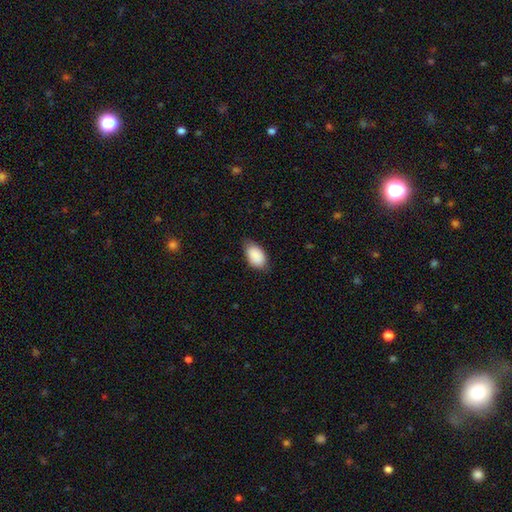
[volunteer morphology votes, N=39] This is clearly a smooth galaxy (97%). How rounded: clearly in between (97%). Merging: likely none (71%).